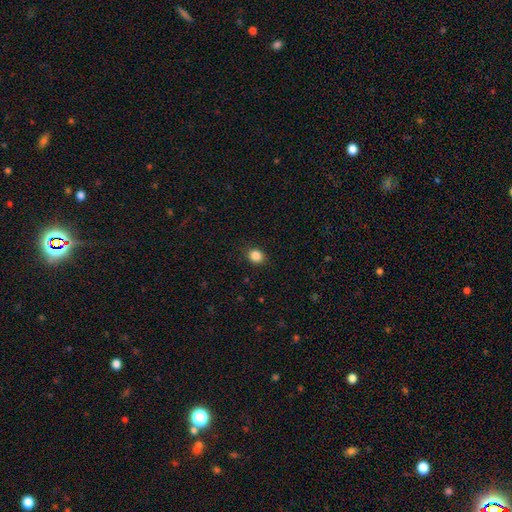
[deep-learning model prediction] Smooth or featured? smooth (86%)
How rounded? round (68%)
Merging? none (88%)